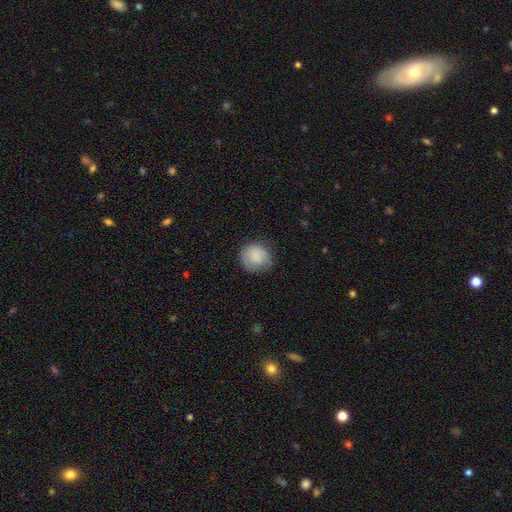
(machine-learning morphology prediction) smooth_or_featured: smooth (p=0.83) [alt: featured or disk p=0.10]
how_rounded: round (p=0.86) [alt: in between p=0.13]
merging: none (p=0.73) [alt: minor disturbance p=0.20]